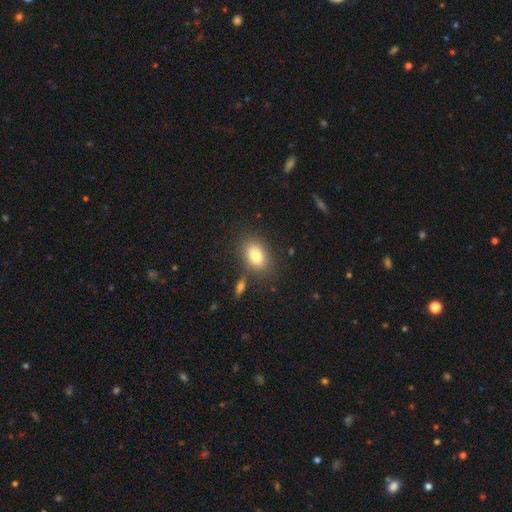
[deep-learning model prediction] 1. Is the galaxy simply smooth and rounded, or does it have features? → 81% smooth, 10% featured or disk, 9% star or artifact.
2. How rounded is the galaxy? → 78% in between, 21% round, 1% cigar-shaped.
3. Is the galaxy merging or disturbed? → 80% none, 10% minor disturbance, 6% merger, 4% major disturbance.